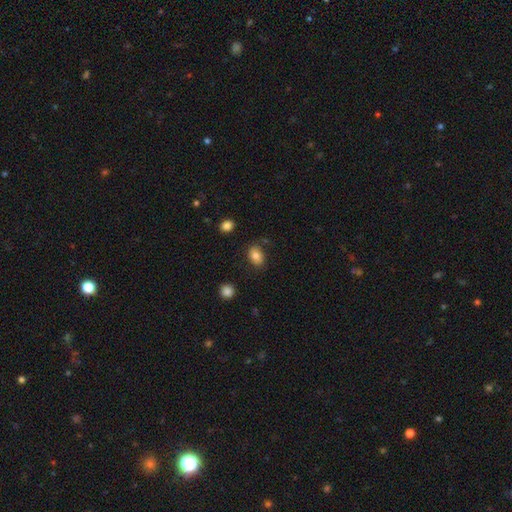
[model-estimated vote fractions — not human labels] Q: Smooth or featured?
A: smooth (82%); runner-up: featured or disk (9%)
Q: How rounded?
A: in between (76%); runner-up: round (22%)
Q: Merging?
A: none (76%); runner-up: minor disturbance (16%)